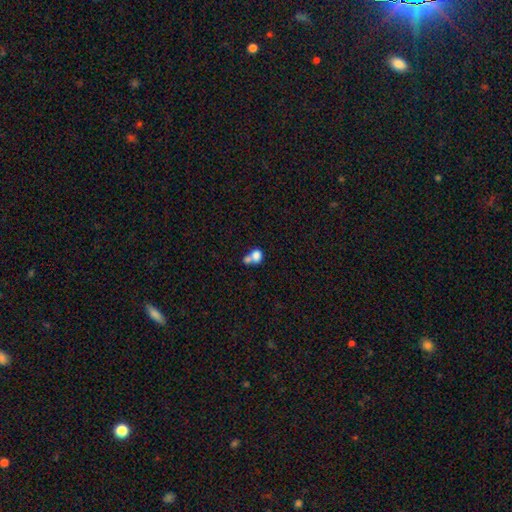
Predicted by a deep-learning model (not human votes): Morphology: type=smooth (78%); roundness=round (55%); merging=merger (63%).